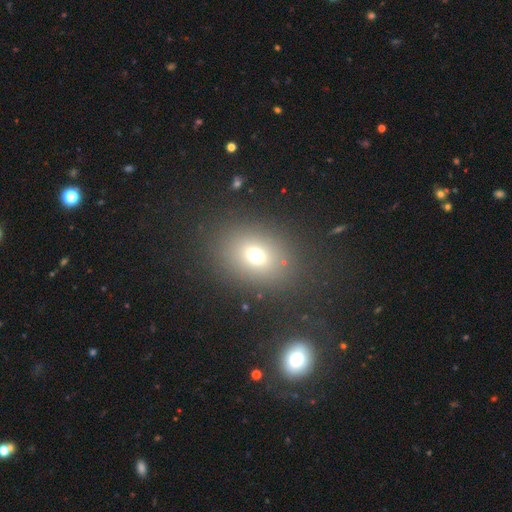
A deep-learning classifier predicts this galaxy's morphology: smooth_or_featured: smooth (p=0.69) [alt: star or artifact p=0.19]
how_rounded: in between (p=0.55) [alt: round p=0.44]
merging: none (p=0.83) [alt: minor disturbance p=0.09]